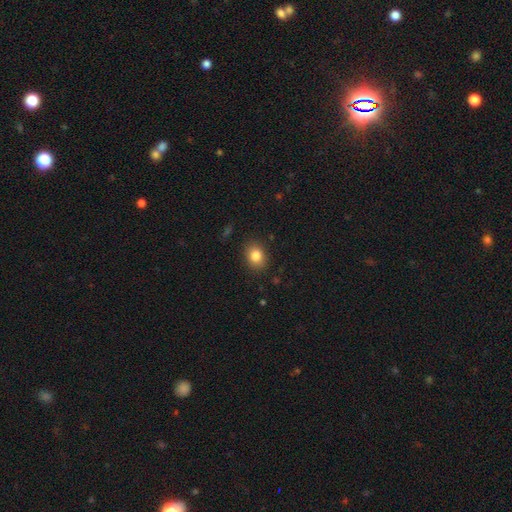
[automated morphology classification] A smooth galaxy with no disk features (83%) that is in between round and cigar-shaped (52%).

Vote fractions:
- Smooth or featured? smooth: 83% / star or artifact: 10% / featured or disk: 7%
- How rounded? in between: 52% / round: 47% / cigar-shaped: 1%
- Merging? none: 87% / minor disturbance: 9% / major disturbance: 3% / merger: 1%